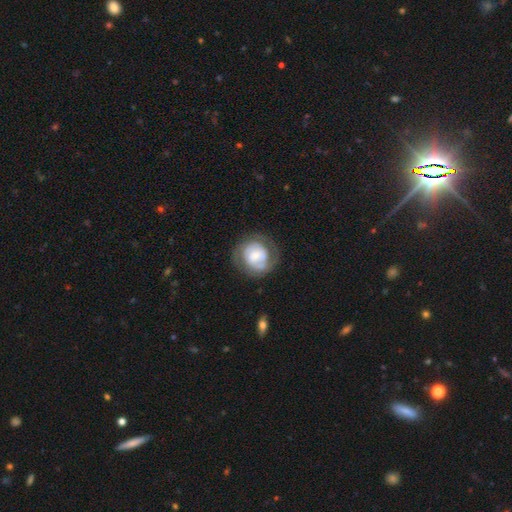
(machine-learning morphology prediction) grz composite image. It shows a featured or disk galaxy (63%) with no bar (54%), spiral arms (75%) and a small central bulge (46%). Merging: none (68%).